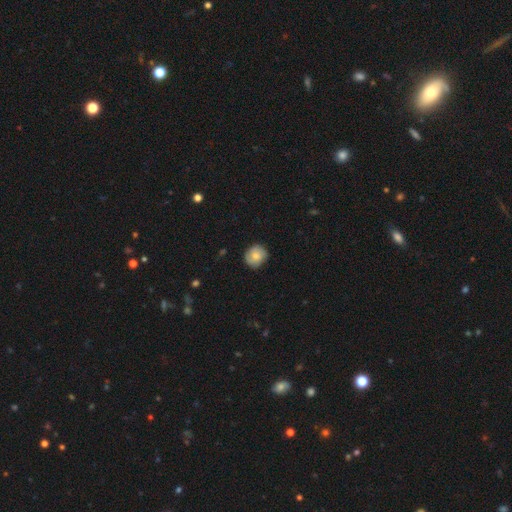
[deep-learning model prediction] A smooth galaxy with no disk features (75%) that is round (82%).

Vote fractions:
- Smooth or featured? smooth: 75% / featured or disk: 17% / star or artifact: 7%
- How rounded? round: 82% / in between: 17% / cigar-shaped: 1%
- Merging? none: 82% / minor disturbance: 15% / major disturbance: 2% / merger: 1%